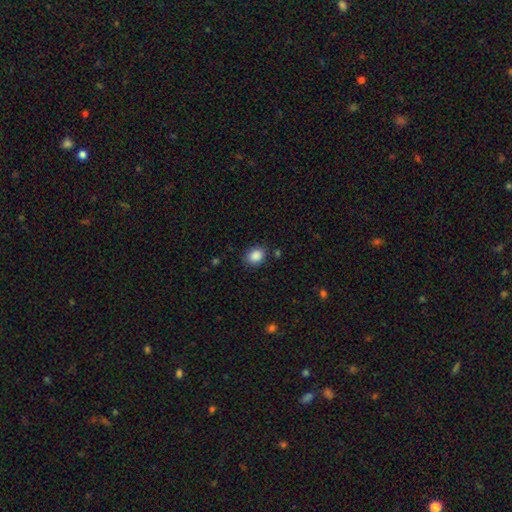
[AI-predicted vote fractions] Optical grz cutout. It shows a smooth galaxy with no disk features (88%) that is in between round and cigar-shaped (53%). Merging: none (82%).